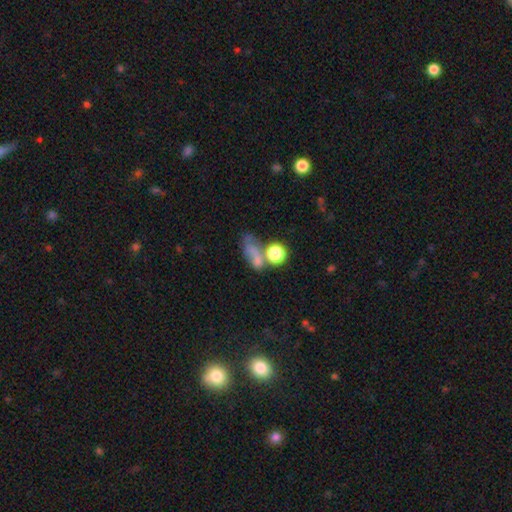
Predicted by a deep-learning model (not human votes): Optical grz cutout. It shows a smooth galaxy with no disk features (60%) that is in between round and cigar-shaped (54%). Merging: none (30%).